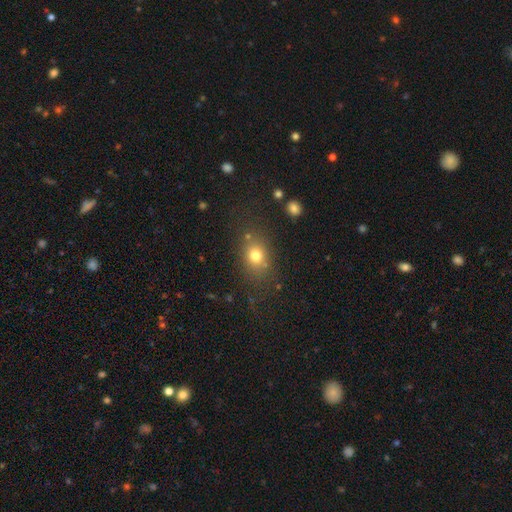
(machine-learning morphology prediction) smooth_or_featured: smooth (p=0.75) [alt: star or artifact p=0.15]
how_rounded: round (p=0.49) [tied with: in between p=0.49]
merging: none (p=0.74) [alt: minor disturbance p=0.14]